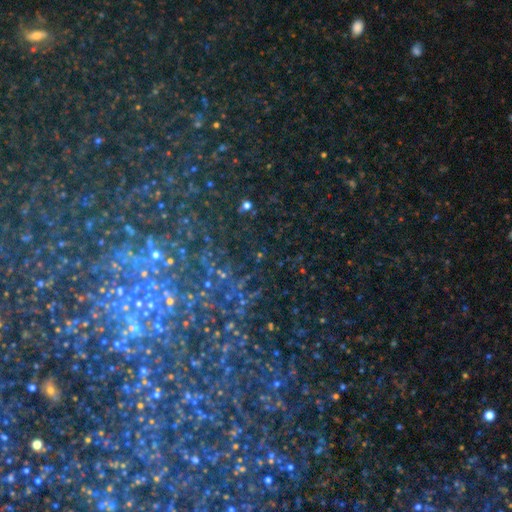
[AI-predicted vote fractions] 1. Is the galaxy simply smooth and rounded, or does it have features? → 81% star or artifact, 10% featured or disk, 10% smooth.